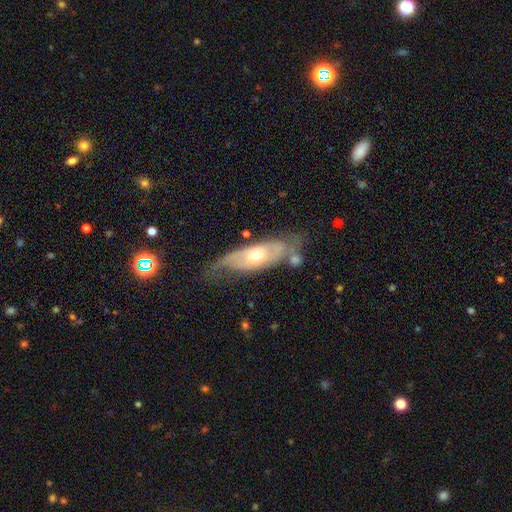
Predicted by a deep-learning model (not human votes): Smooth or featured? featured or disk (67%)
Edge-on disk? no (78%)
Bar? no (74%)
Spiral arms? yes (70%)
Bulge size? small (49%)
Merging? none (54%)